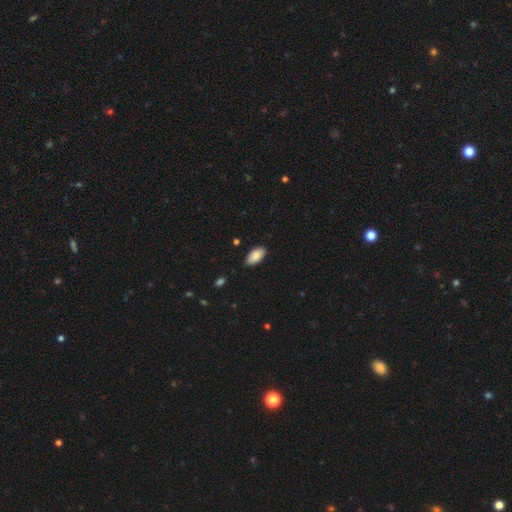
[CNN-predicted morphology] Smooth or featured: smooth — 84% (featured or disk — 9%)
How rounded: in between — 95% (cigar-shaped — 3%)
Merging: none — 83% (minor disturbance — 14%)